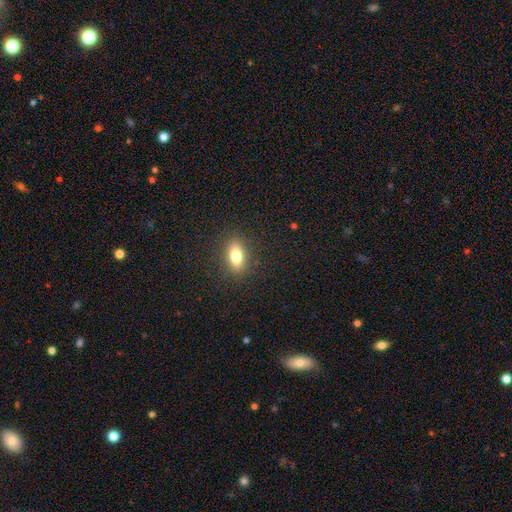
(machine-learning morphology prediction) This appears to be a smooth galaxy with no disk features (63%) that is in between round and cigar-shaped (63%). Merging: none (90%).